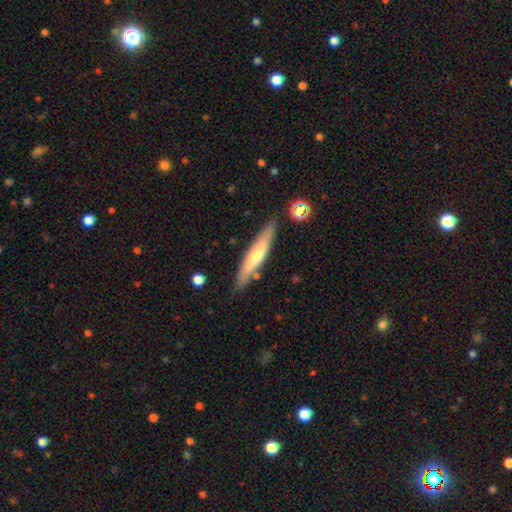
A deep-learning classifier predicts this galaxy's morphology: This appears to be a smooth galaxy with no disk features (51%) that is cigar-shaped (89%). Merging: none (83%).